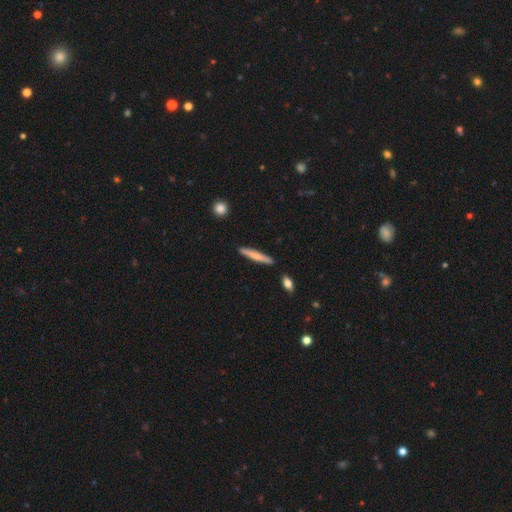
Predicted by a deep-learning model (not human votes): A smooth galaxy with no disk features (67%) that is cigar-shaped (93%). Merging: none (88%).